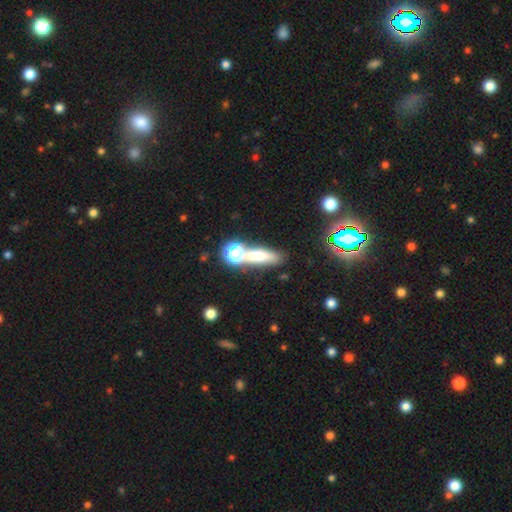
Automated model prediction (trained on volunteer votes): Smooth or featured?
  - smooth: 56% *
  - star or artifact: 24%
  - featured or disk: 20%
How rounded?
  - cigar-shaped: 45% *
  - in between: 36%
  - round: 18%
Merging?
  - none: 53% *
  - merger: 27%
  - minor disturbance: 12%
  - major disturbance: 7%